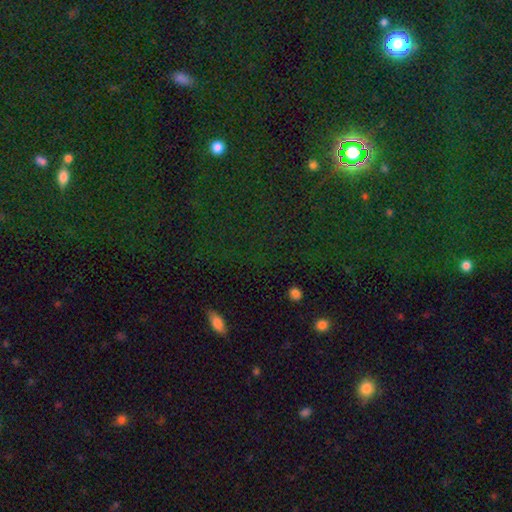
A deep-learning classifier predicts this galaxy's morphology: This is likely a star or artifact rather than a galaxy (72%).